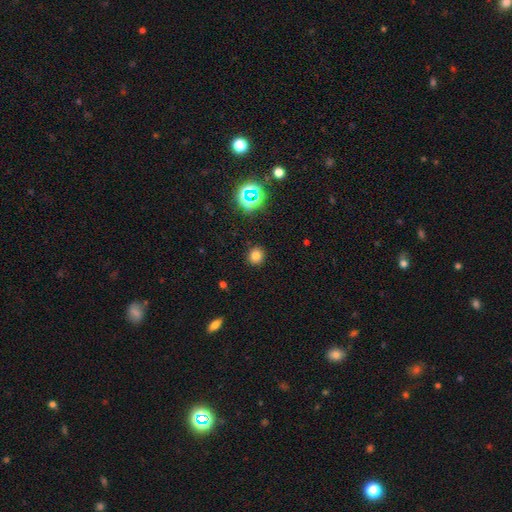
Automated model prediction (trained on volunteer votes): Overall: smooth (76%). How rounded: round (90%). Merging: none (91%).